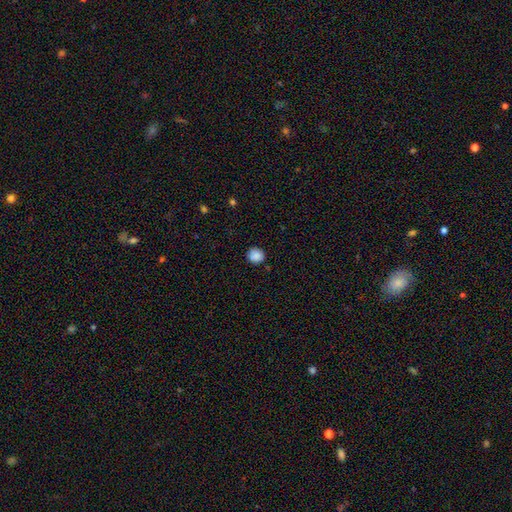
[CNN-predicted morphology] Smooth or featured?
  - smooth: 88% *
  - star or artifact: 9%
  - featured or disk: 3%
How rounded?
  - round: 85% *
  - in between: 14%
  - cigar-shaped: 1%
Merging?
  - none: 86% *
  - minor disturbance: 10%
  - major disturbance: 2%
  - merger: 1%